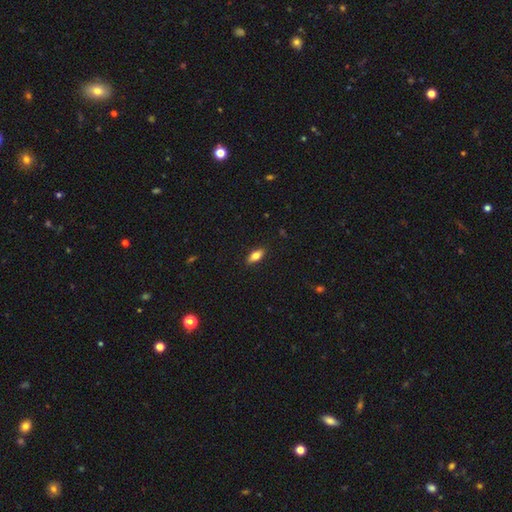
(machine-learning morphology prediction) Smooth or featured? smooth (77%)
How rounded? in between (83%)
Merging? none (89%)